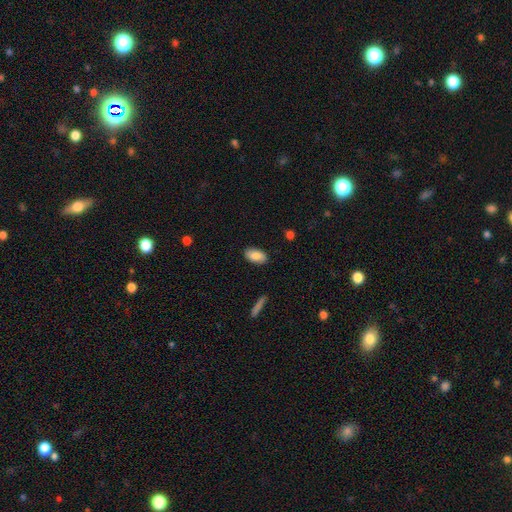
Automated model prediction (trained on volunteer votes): Smooth or featured? smooth (86%)
How rounded? in between (94%)
Merging? none (87%)